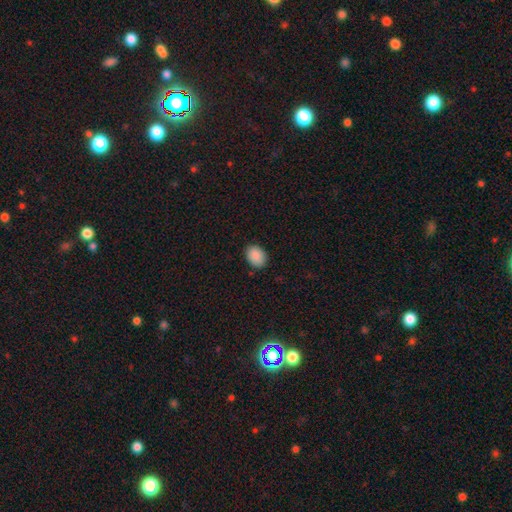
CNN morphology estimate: This appears to be a smooth galaxy with no disk features (89%) that is in between round and cigar-shaped (71%). Merging: none (87%).